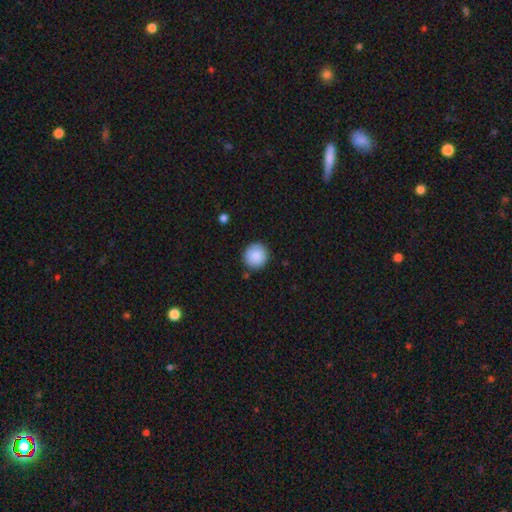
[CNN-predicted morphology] type=smooth (89%); roundness=round (95%); merging=none (89%).